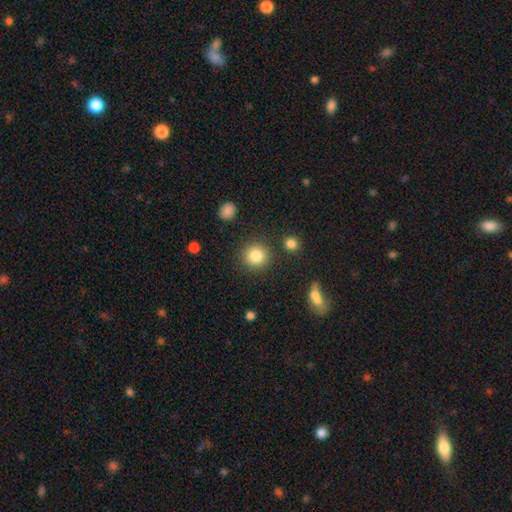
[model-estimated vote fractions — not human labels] Q: Smooth or featured?
A: smooth (84%); runner-up: star or artifact (10%)
Q: How rounded?
A: round (92%); runner-up: in between (7%)
Q: Merging?
A: none (87%); runner-up: minor disturbance (6%)